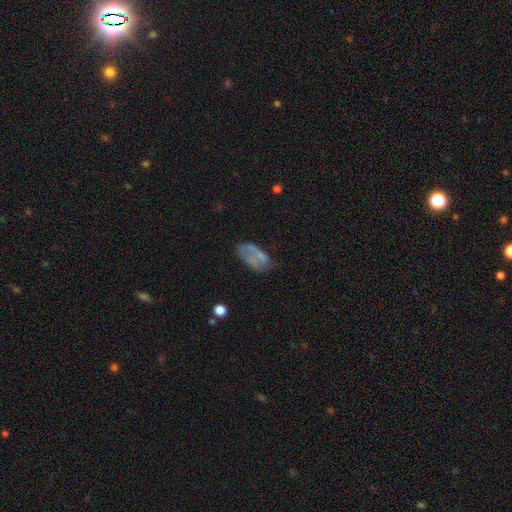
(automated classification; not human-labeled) Smooth or featured: smooth — 53% (featured or disk — 36%)
How rounded: in between — 91% (cigar-shaped — 5%)
Merging: none — 43% (minor disturbance — 29%)